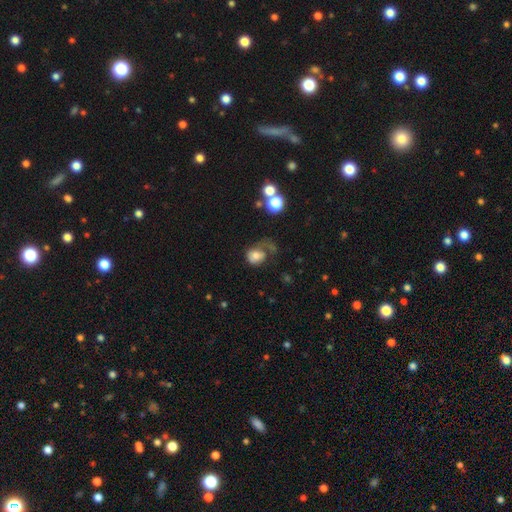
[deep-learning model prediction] Smooth or featured?
  - smooth: 60% *
  - featured or disk: 30%
  - star or artifact: 10%
How rounded?
  - round: 54% *
  - in between: 45%
  - cigar-shaped: 1%
Merging?
  - major disturbance: 44% *
  - none: 27%
  - minor disturbance: 20%
  - merger: 9%